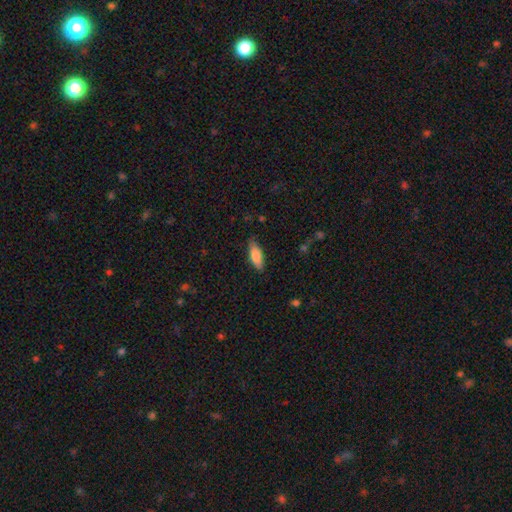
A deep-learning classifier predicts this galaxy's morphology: This is clearly a smooth galaxy (83%). How rounded: likely in between (70%). Merging: clearly none (80%).